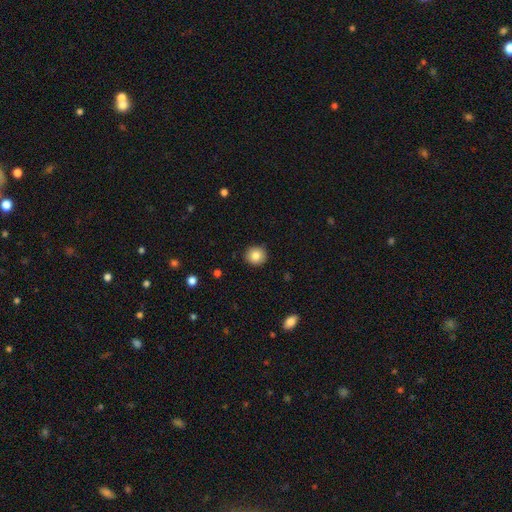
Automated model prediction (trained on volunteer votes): This appears to be a smooth galaxy with no disk features (83%) that is round (91%). Merging: none (91%).